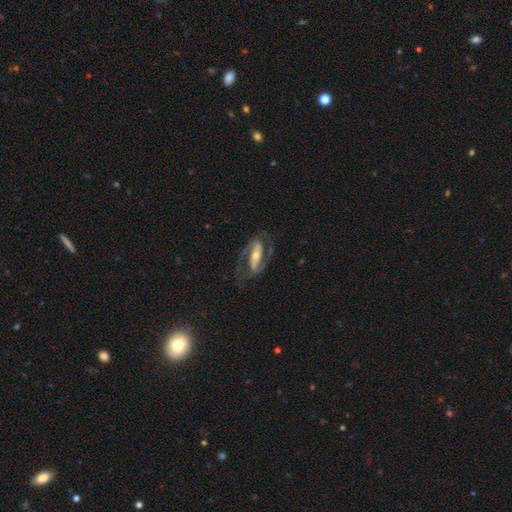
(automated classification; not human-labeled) Morphology: type=featured or disk (85%); edge-on=no (91%); bar=strong (59%); spiral arms=yes (92%); winding=medium (53%); arm count=2 (91%); bulge=moderate (50%); merging=none (73%).